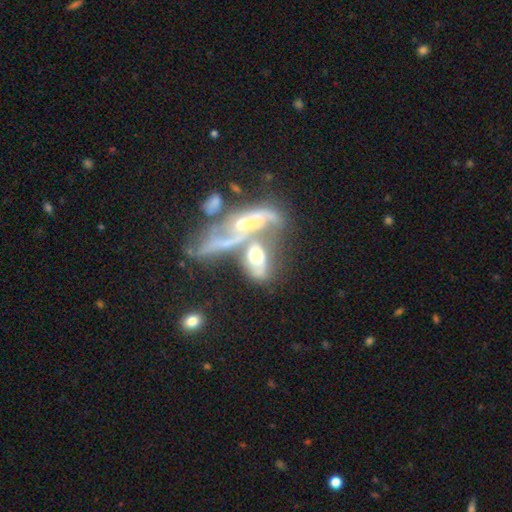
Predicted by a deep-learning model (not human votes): Smooth or featured?
  - featured or disk: 54% *
  - smooth: 33%
  - star or artifact: 13%
Edge-on disk?
  - no: 85% *
  - yes: 15%
Merging?
  - merger: 65% *
  - major disturbance: 18%
  - none: 10%
  - minor disturbance: 7%